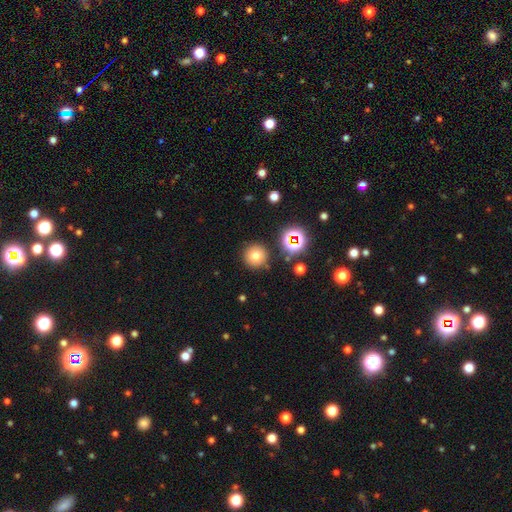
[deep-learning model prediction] smooth_or_featured: smooth (p=0.70) [alt: star or artifact p=0.19]
how_rounded: round (p=0.95) [alt: in between p=0.04]
merging: none (p=0.86) [alt: minor disturbance p=0.08]